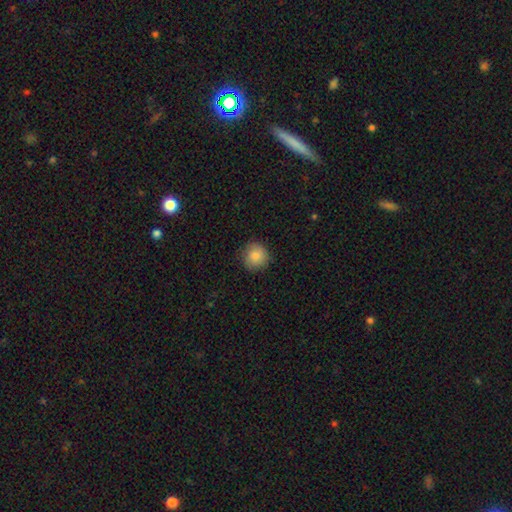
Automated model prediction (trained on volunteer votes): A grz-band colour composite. It shows a smooth galaxy with no disk features (86%) that is round (92%). Merging: none (86%).